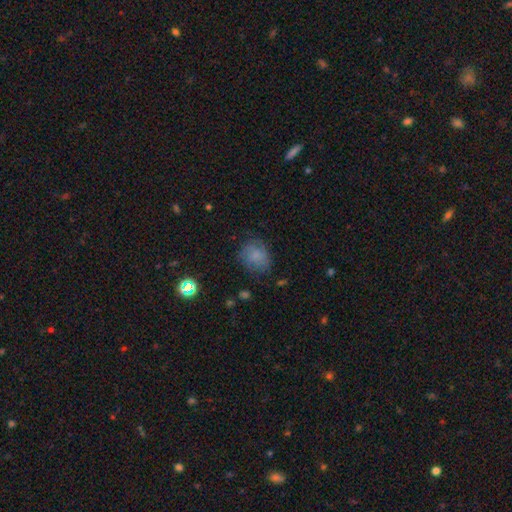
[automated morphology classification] This is likely a smooth galaxy (68%). How rounded: possibly round (59%). Merging: likely none (67%).